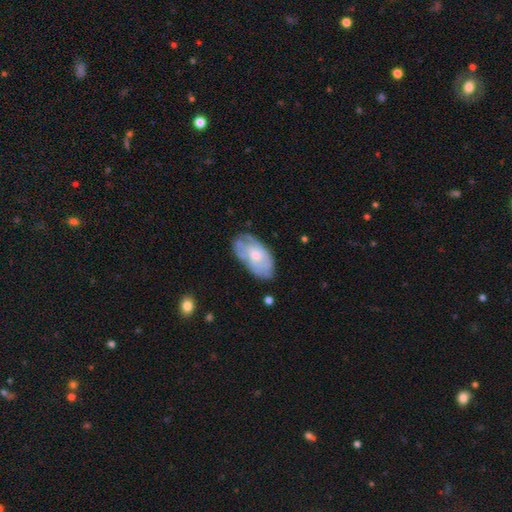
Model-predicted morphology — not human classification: A smooth galaxy with no disk features (48%).

Vote fractions:
- Smooth or featured? smooth: 48% / featured or disk: 46% / star or artifact: 6%
- Merging? none: 62% / minor disturbance: 26% / major disturbance: 8% / merger: 3%